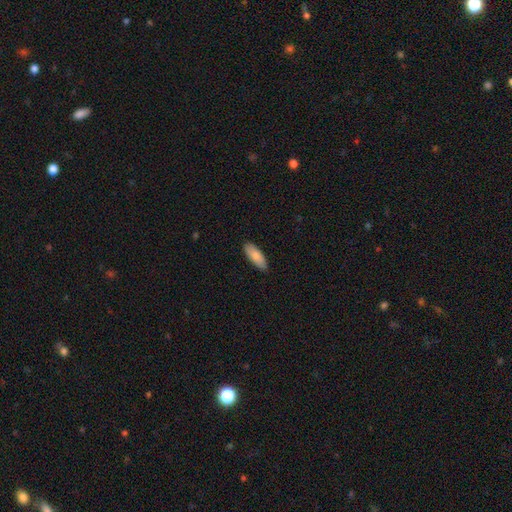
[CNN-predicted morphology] Q: Smooth or featured?
A: smooth (83%); runner-up: featured or disk (12%)
Q: How rounded?
A: in between (73%); runner-up: cigar-shaped (25%)
Q: Merging?
A: none (86%); runner-up: minor disturbance (11%)